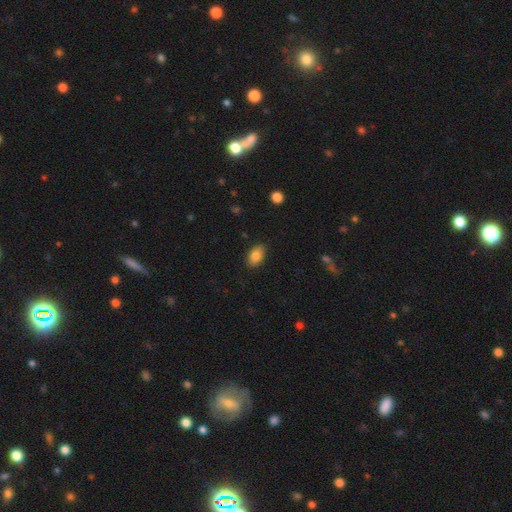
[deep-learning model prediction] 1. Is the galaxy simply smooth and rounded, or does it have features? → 84% smooth, 8% star or artifact, 8% featured or disk.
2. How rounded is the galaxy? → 90% in between, 9% round, 1% cigar-shaped.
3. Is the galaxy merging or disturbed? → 87% none, 10% minor disturbance, 2% major disturbance, 1% merger.